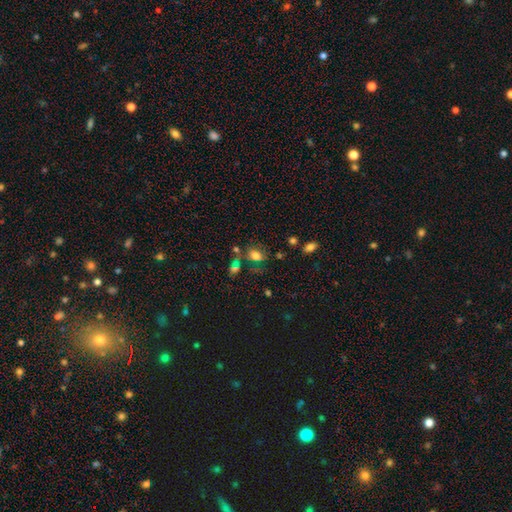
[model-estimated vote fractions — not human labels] Morphology: type=smooth (74%); roundness=in between (75%); merging=none (55%).